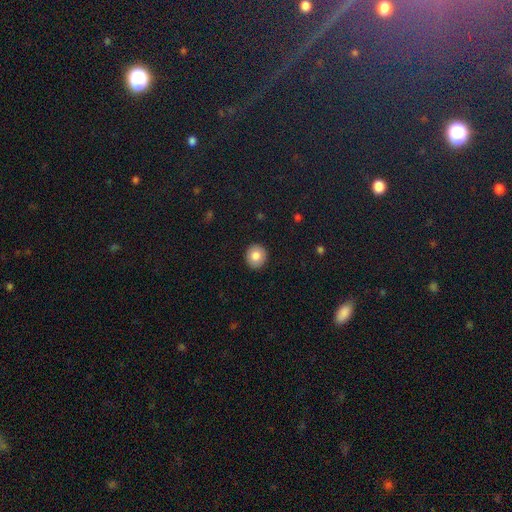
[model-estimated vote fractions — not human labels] This appears to be a smooth galaxy with no disk features (83%) that is round (87%). Merging: none (92%).